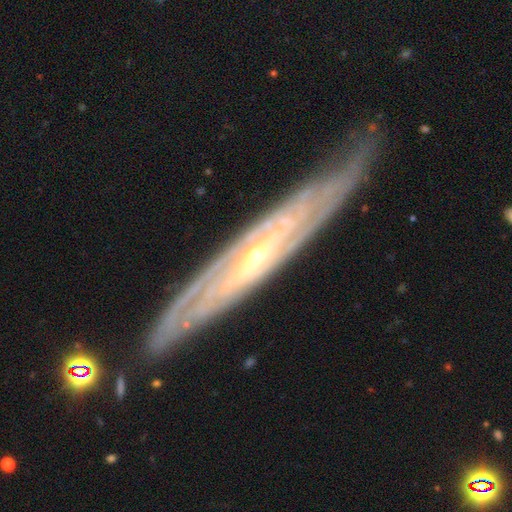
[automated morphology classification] Smooth or featured? Predicted: featured or disk (p=0.87). Edge-on disk? Predicted: no (p=0.61). Bar? Predicted: no (p=0.51). Spiral arms? Predicted: yes (p=0.94). Bulge size? Predicted: small (p=0.76). Merging? Predicted: none (p=0.77).